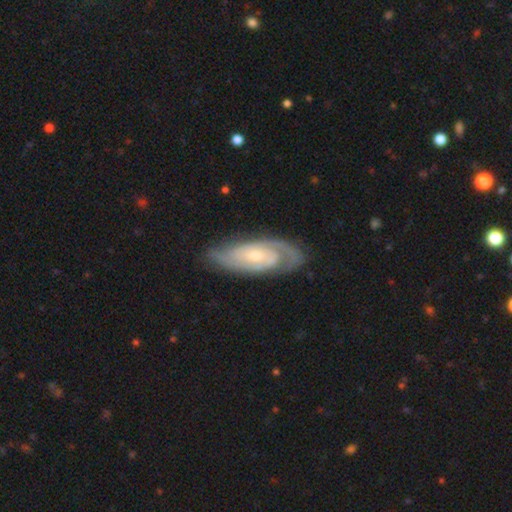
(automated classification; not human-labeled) A featured or disk galaxy (86%) with no bar (57%), 2 (71%) tight (60%) spiral arms (96%) and a small central bulge (51%).

Vote fractions:
- Smooth or featured? featured or disk: 86% / smooth: 10% / star or artifact: 4%
- Edge-on disk? no: 93% / yes: 7%
- Bar? no: 57% / weak: 35% / strong: 8%
- Spiral arms? yes: 96% / no: 4%
- Spiral winding? tight: 60% / medium: 33% / loose: 7%
- Spiral arm count? 2: 71% / can't tell: 13% / 3: 8% / 1: 4% / 4: 2% / more than 4: 2%
- Bulge size? small: 51% / moderate: 43% / large: 3% / none: 2% / dominant: 1%
- Merging? none: 77% / minor disturbance: 17% / major disturbance: 5% / merger: 1%